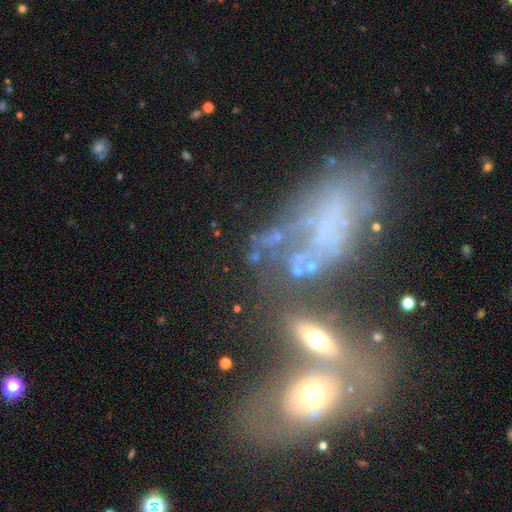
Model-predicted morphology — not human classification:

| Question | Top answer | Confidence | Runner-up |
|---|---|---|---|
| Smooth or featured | featured or disk | 47% | star or artifact (27%) |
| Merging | none | 41% | major disturbance (25%) |